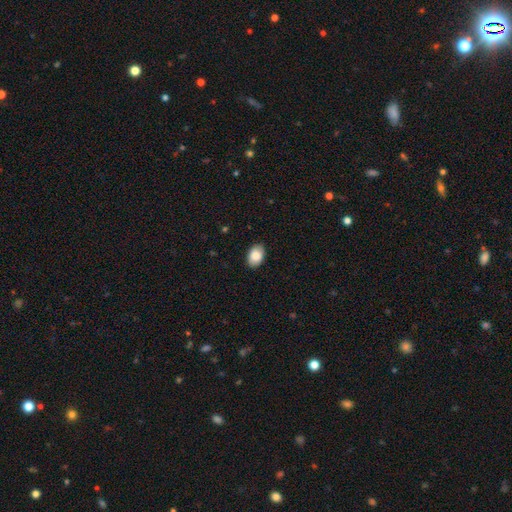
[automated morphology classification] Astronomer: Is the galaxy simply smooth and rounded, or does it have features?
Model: smooth — 85%.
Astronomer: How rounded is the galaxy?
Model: in between — 88%.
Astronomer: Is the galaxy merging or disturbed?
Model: none — 89%.